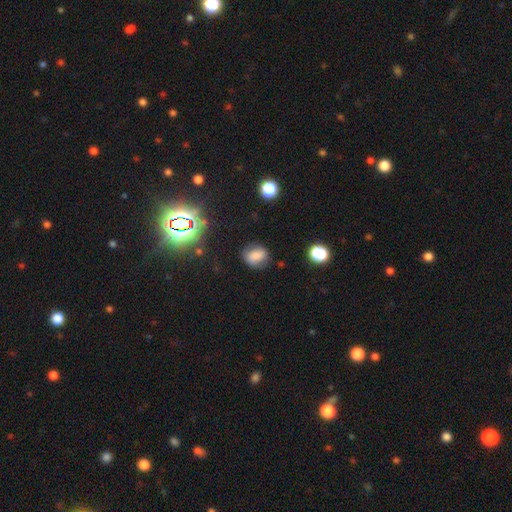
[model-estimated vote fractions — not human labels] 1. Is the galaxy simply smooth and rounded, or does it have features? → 74% smooth, 13% featured or disk, 13% star or artifact.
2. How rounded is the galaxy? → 53% in between, 45% round, 2% cigar-shaped.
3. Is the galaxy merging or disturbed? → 70% none, 21% minor disturbance, 7% major disturbance, 2% merger.